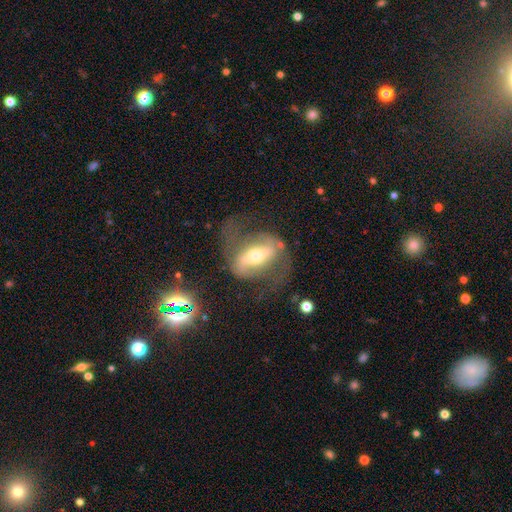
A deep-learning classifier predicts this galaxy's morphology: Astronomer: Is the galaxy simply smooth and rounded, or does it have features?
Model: featured or disk — 80%.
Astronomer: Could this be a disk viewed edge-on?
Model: no — 87%.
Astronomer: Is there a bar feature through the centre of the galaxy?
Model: strong — 66%.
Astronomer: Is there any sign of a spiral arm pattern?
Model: yes — 75%.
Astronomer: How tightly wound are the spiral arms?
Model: medium — 45% (runner-up: loose, 39%).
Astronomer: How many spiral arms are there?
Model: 2 — 86%.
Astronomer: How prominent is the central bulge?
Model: moderate — 56% (runner-up: small, 34%).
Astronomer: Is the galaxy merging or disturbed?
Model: none — 60%.